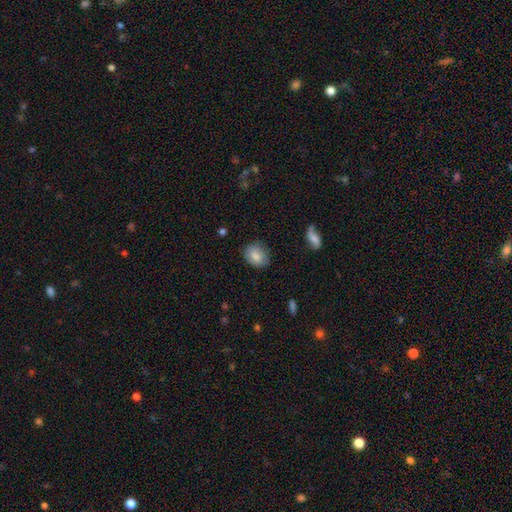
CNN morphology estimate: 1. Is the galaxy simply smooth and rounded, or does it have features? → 83% smooth, 9% featured or disk, 8% star or artifact.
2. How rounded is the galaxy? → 56% in between, 43% round, 1% cigar-shaped.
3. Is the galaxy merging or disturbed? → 77% none, 18% minor disturbance, 4% major disturbance, 1% merger.